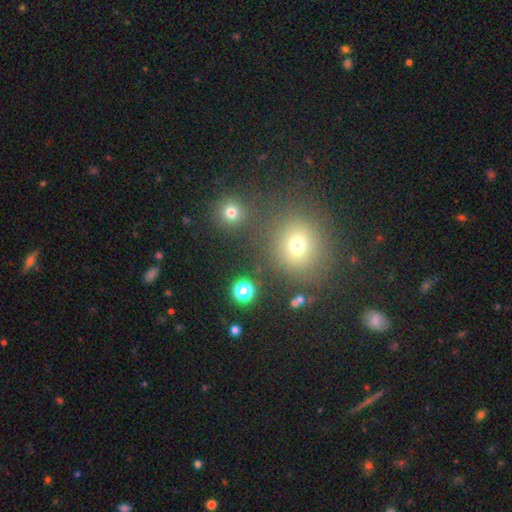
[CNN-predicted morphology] This is possibly a smooth galaxy (55%). How rounded: clearly round (81%). Merging: clearly none (81%).